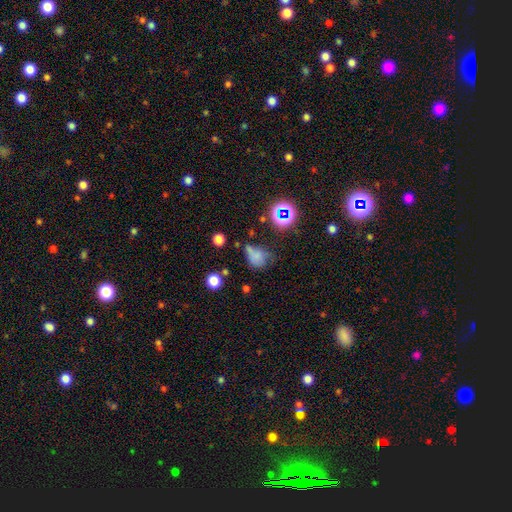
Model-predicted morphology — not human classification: Overall: smooth (61%; star or artifact 24%). How rounded: round (51%; in between 46%). Merging: none (37%; minor disturbance 29%).